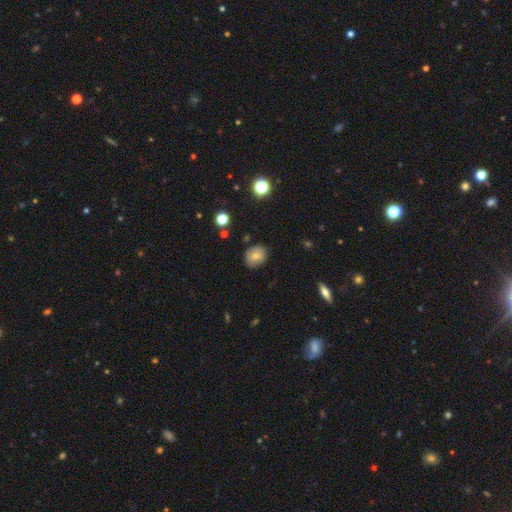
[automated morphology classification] Smooth or featured?
  - smooth: 79% *
  - featured or disk: 11%
  - star or artifact: 10%
How rounded?
  - round: 52% *
  - in between: 47%
  - cigar-shaped: 1%
Merging?
  - none: 82% *
  - minor disturbance: 14%
  - major disturbance: 3%
  - merger: 2%